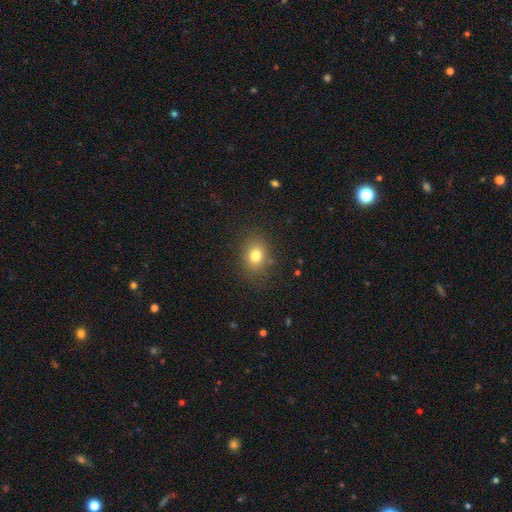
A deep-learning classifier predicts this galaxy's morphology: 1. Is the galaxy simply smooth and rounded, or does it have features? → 78% smooth, 13% star or artifact, 9% featured or disk.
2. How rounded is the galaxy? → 54% round, 45% in between, 1% cigar-shaped.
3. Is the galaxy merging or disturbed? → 84% none, 11% minor disturbance, 4% major disturbance, 1% merger.